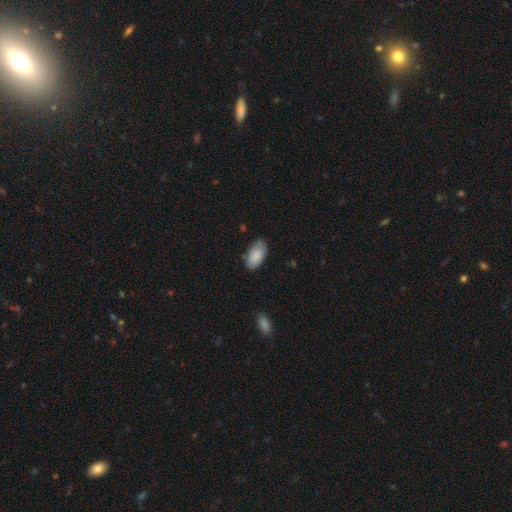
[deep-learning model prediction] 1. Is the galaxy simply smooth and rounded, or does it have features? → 87% smooth, 8% featured or disk, 6% star or artifact.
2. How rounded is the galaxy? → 95% in between, 3% cigar-shaped, 2% round.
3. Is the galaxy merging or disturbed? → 78% none, 18% minor disturbance, 3% major disturbance, 1% merger.